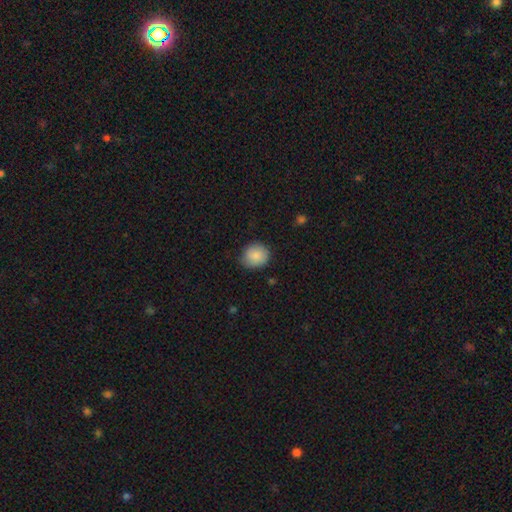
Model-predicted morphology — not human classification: Overall: smooth (88%). How rounded: round (82%). Merging: none (77%).